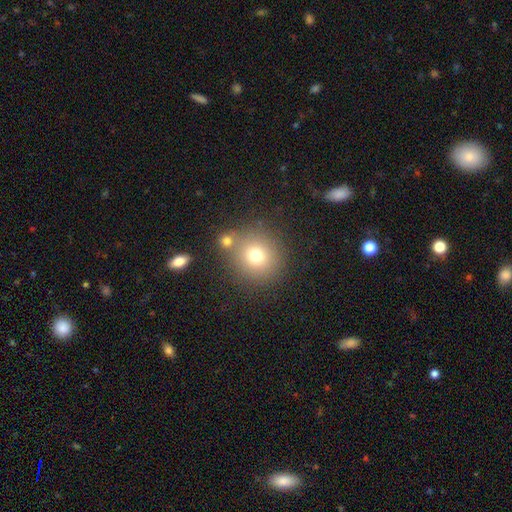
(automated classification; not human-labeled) Smooth or featured?
  - smooth: 74% *
  - star or artifact: 15%
  - featured or disk: 11%
How rounded?
  - round: 90% *
  - in between: 9%
  - cigar-shaped: 1%
Merging?
  - none: 73% *
  - merger: 13%
  - minor disturbance: 9%
  - major disturbance: 4%